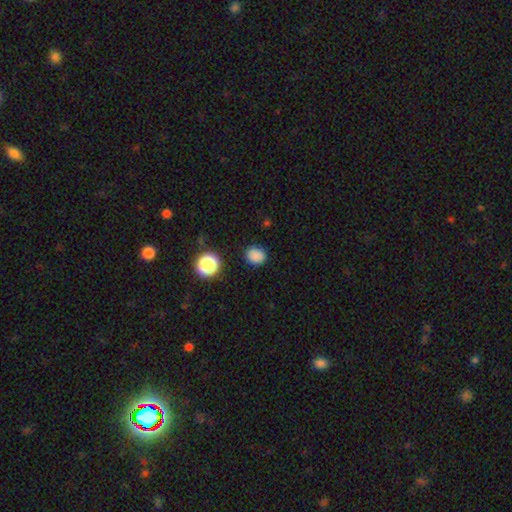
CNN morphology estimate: Overall: smooth (83%). How rounded: round (68%; in between 31%). Merging: none (86%).